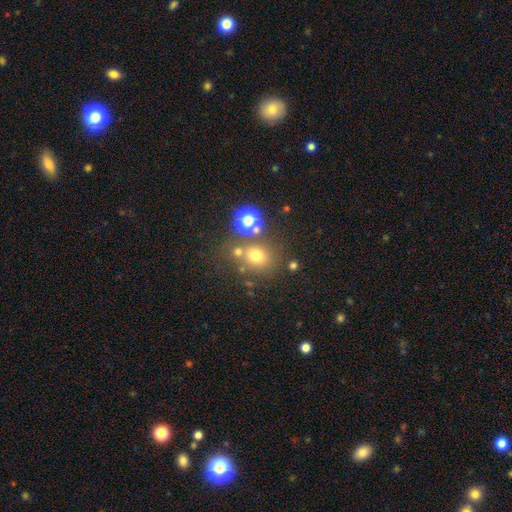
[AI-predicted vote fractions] The model was most divided on "smooth or featured": smooth: 66%, star or artifact: 23%, featured or disk: 11%. More confident: how rounded — round (73%); merging — none (64%).